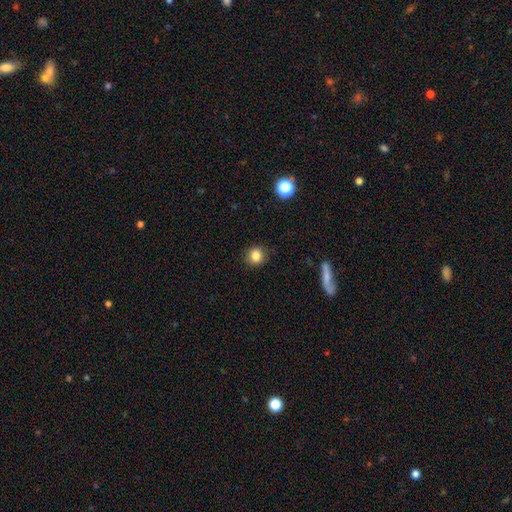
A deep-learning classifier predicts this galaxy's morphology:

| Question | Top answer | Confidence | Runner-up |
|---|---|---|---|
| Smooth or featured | smooth | 84% | star or artifact (11%) |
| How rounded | round | 87% | in between (12%) |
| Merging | none | 88% | minor disturbance (8%) |